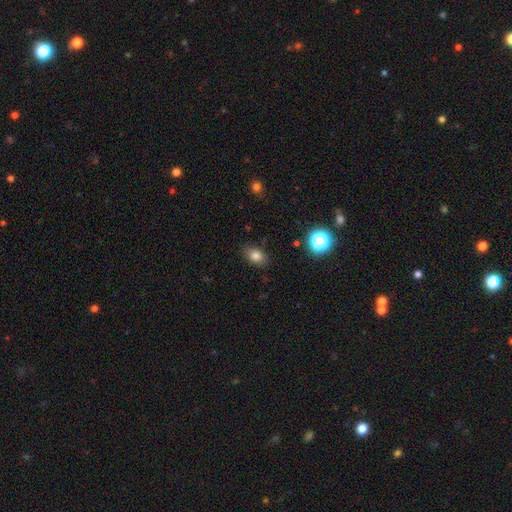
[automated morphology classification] smooth 80%, star or artifact 13%, featured or disk 8%. Down the decision tree: how rounded — in between (77%); merging — none (84%).